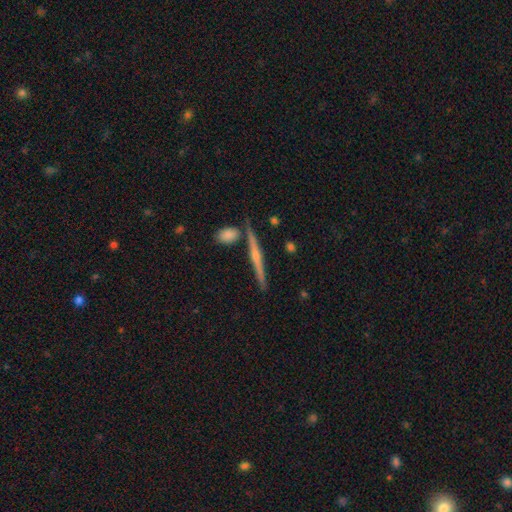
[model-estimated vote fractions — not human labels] The model was most divided on "smooth or featured": featured or disk: 72%, smooth: 21%, star or artifact: 7%. More confident: edge-on disk — yes (98%); merging — none (84%); edge-on bulge — rounded (74%).